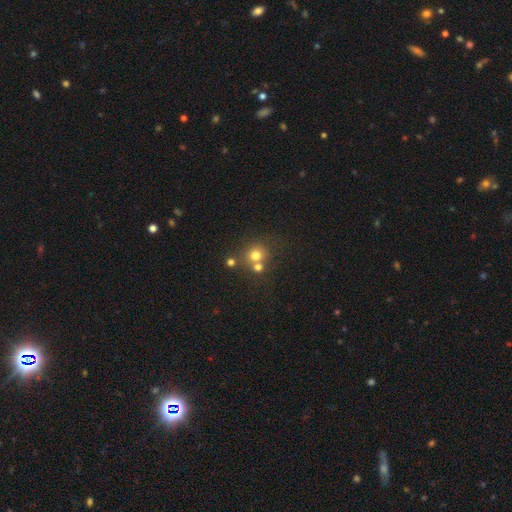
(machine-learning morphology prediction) A smooth galaxy with no disk features (72%) that is round (86%).

Vote fractions:
- Smooth or featured? smooth: 72% / star or artifact: 16% / featured or disk: 12%
- How rounded? round: 86% / in between: 13% / cigar-shaped: 1%
- Merging? none: 54% / merger: 34% / minor disturbance: 8% / major disturbance: 4%